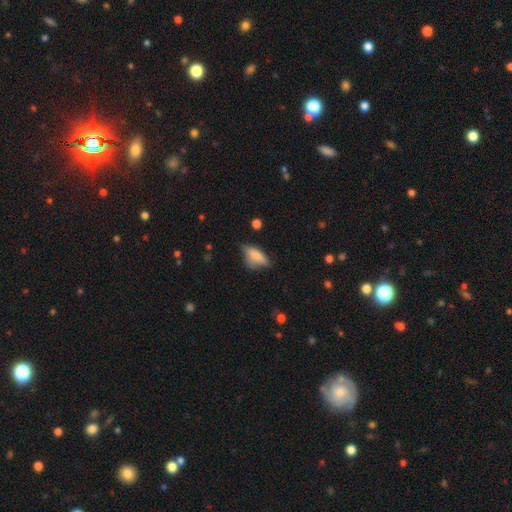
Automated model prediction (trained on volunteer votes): This appears to be a smooth galaxy with no disk features (71%) that is in between round and cigar-shaped (69%). Merging: none (49%).